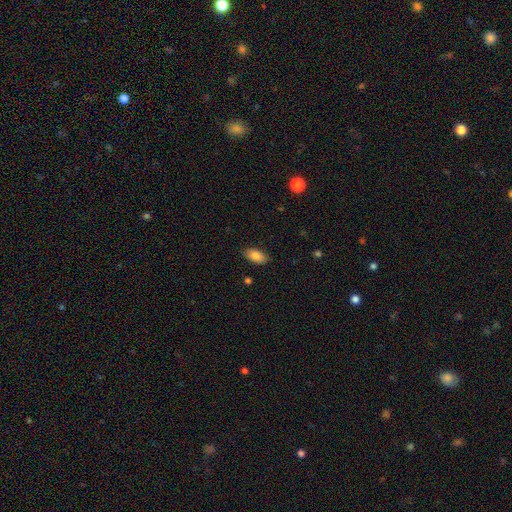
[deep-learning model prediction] Morphology: type=smooth (86%); roundness=in between (92%); merging=none (86%).